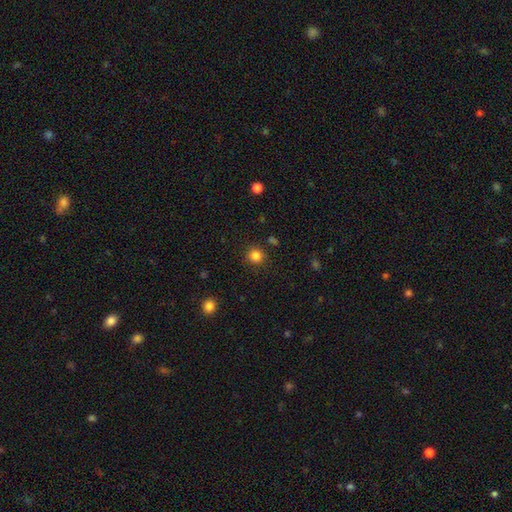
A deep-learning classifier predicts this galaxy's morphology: Smooth or featured? smooth (83%)
How rounded? round (92%)
Merging? none (89%)